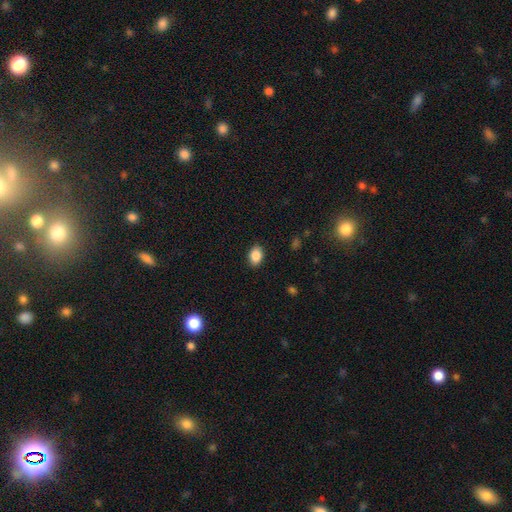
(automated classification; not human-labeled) smooth 87%, star or artifact 8%, featured or disk 4%. Down the decision tree: how rounded — in between (76%); merging — none (88%).